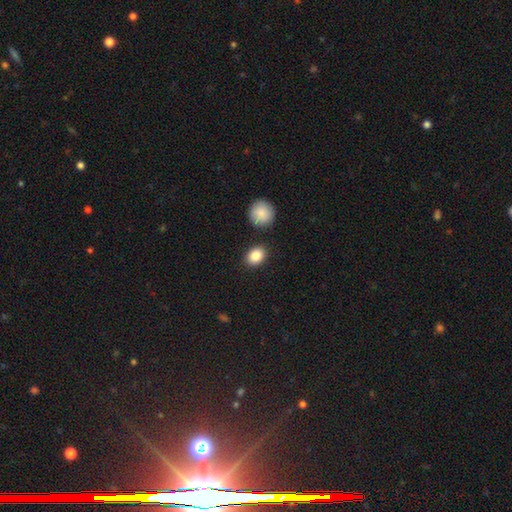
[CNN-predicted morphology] smooth_or_featured: smooth (p=0.87) [alt: star or artifact p=0.08]
how_rounded: in between (p=0.60) [alt: round p=0.39]
merging: none (p=0.85) [alt: minor disturbance p=0.08]